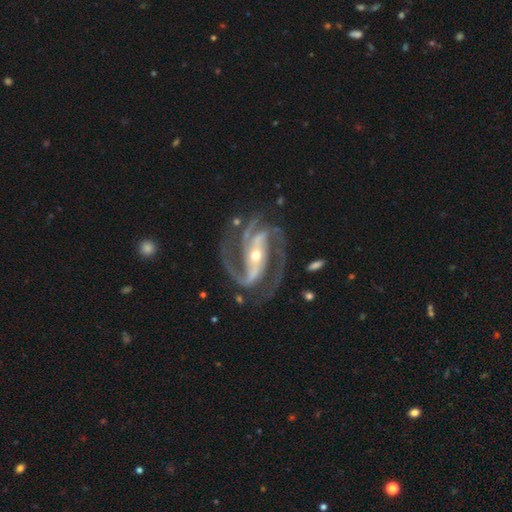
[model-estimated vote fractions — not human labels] Overall: featured or disk (94%). Edge-on disk: no (97%). Bar: strong (61%; weak 23%). Spiral arms: yes (99%). Spiral arm count: 2 (49%; 3 35%). Spiral winding: medium (60%; tight 29%). Bulge size: small (49%; moderate 47%). Merging: none (73%).